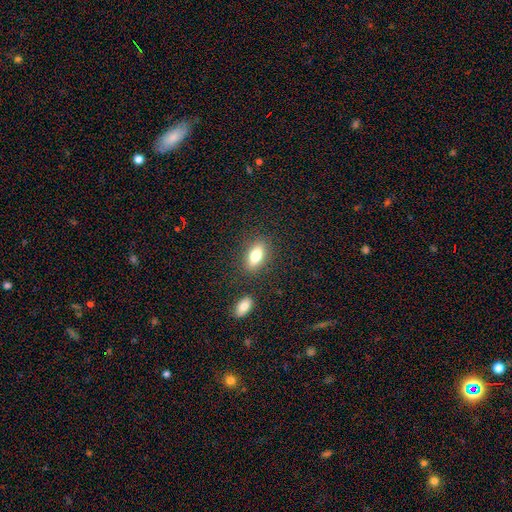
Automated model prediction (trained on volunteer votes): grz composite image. It shows a smooth galaxy with no disk features (75%) that is in between round and cigar-shaped (81%). Merging: none (81%).